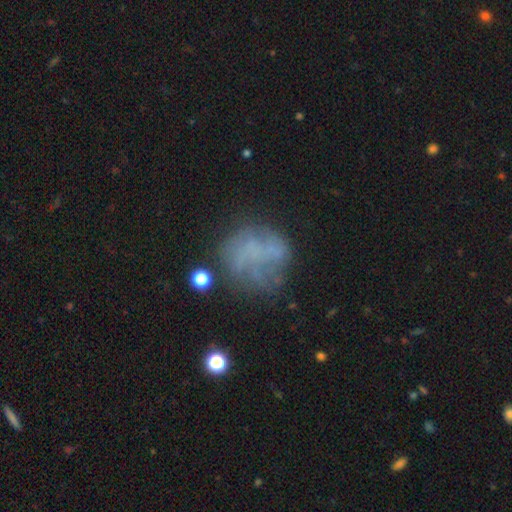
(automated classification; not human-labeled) Morphology: type=featured or disk (44%); merging=none (50%).